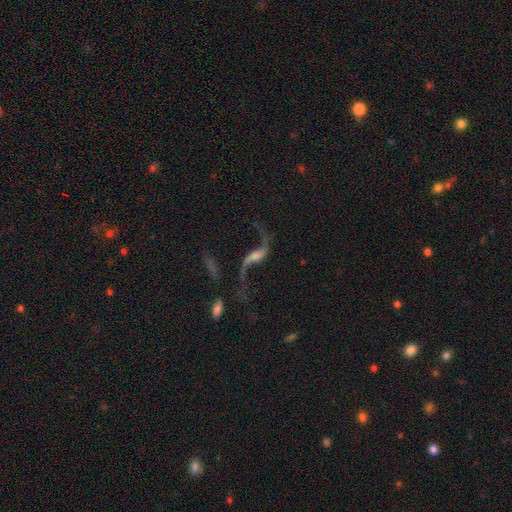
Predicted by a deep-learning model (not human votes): This is clearly a featured or disk galaxy (87%). It is clearly not viewed edge-on (93%). Bar: marginally no (39%). Spiral arm pattern: clearly yes (95%). Spiral arm count: clearly 2 (93%). Spiral winding: clearly loose (94%). Central bulge: marginally small (32%). Merging: likely none (60%).